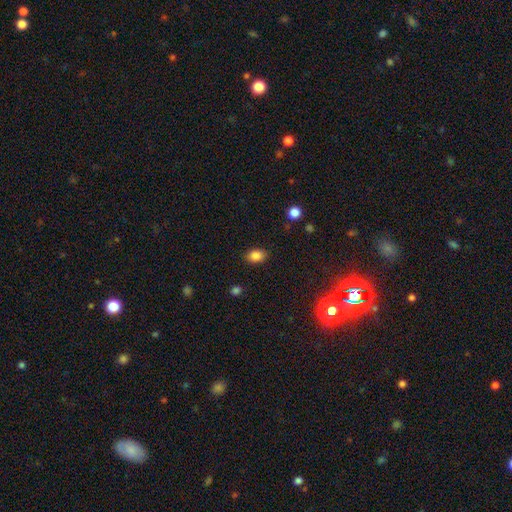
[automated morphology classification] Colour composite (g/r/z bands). It shows a smooth galaxy with no disk features (85%) that is in between round and cigar-shaped (81%). Merging: none (87%).